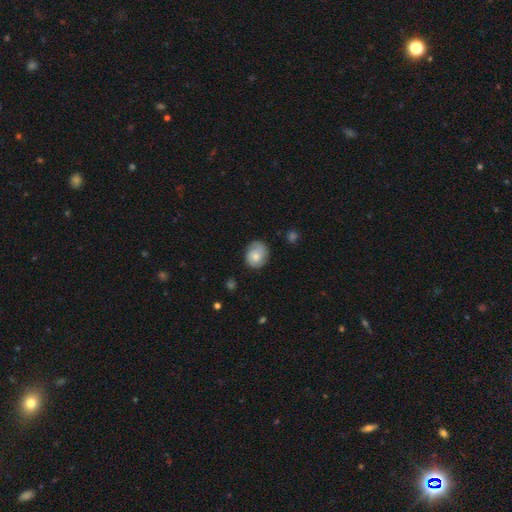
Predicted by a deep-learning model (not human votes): Smooth or featured? Predicted: smooth (p=0.59). How rounded? Predicted: round (p=0.56). Merging? Predicted: none (p=0.73).